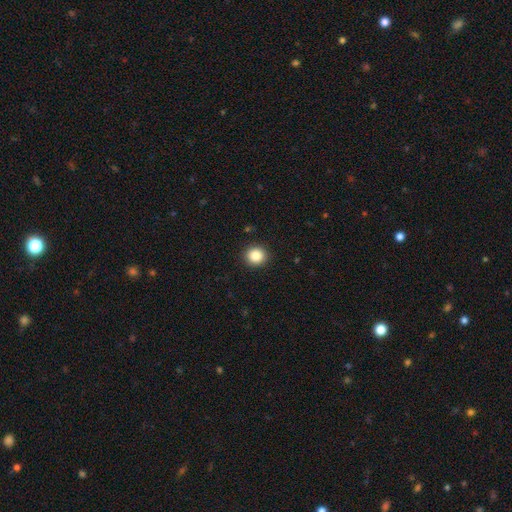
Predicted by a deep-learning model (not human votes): A smooth galaxy with no disk features (86%) that is round (90%). Merging: none (92%).